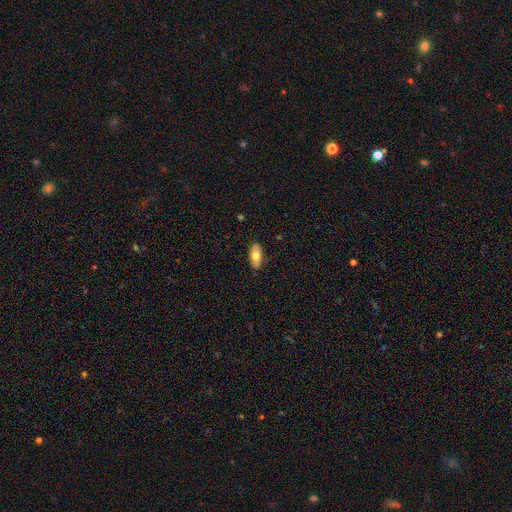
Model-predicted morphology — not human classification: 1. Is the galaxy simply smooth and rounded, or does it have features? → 71% smooth, 23% featured or disk, 6% star or artifact.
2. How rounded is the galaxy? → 90% in between, 7% cigar-shaped, 3% round.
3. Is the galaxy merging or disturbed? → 86% none, 11% minor disturbance, 2% major disturbance, 1% merger.